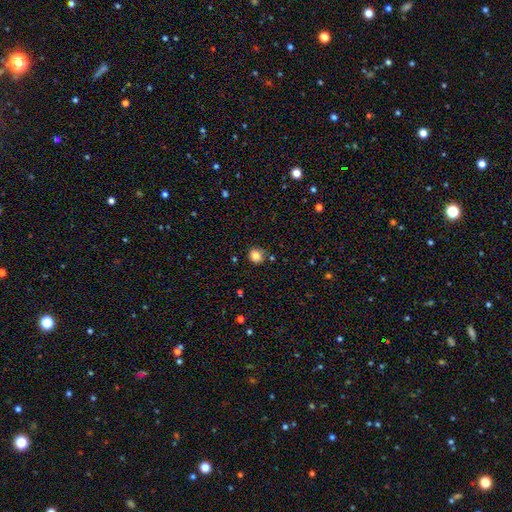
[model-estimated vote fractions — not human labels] This is clearly a smooth galaxy (83%). How rounded: likely round (75%). Merging: likely none (80%).